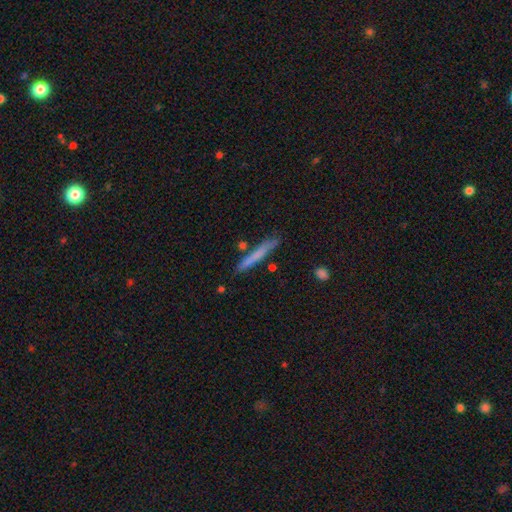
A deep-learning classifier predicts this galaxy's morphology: Smooth or featured? Predicted: smooth (p=0.63). How rounded? Predicted: cigar-shaped (p=0.96). Merging? Predicted: none (p=0.83).